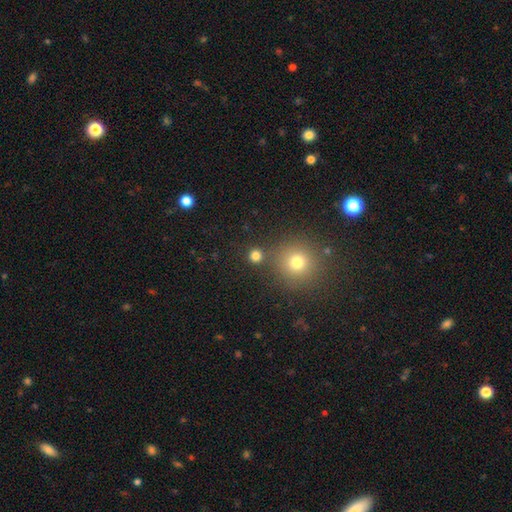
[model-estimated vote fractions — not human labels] Overall: smooth (79%). How rounded: round (92%). Merging: none (80%).